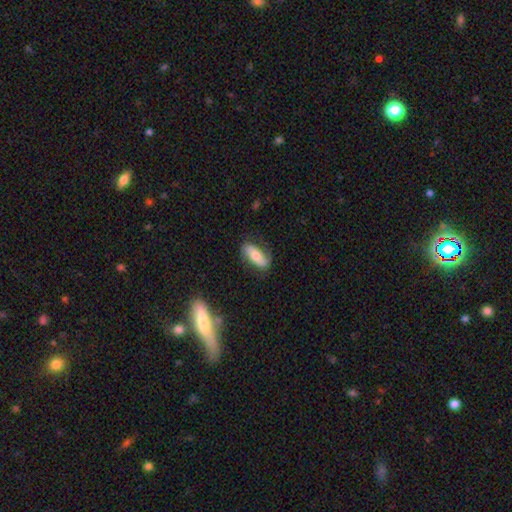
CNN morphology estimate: Q: Smooth or featured?
A: smooth (52%); runner-up: featured or disk (41%)
Q: How rounded?
A: in between (78%); runner-up: cigar-shaped (18%)
Q: Merging?
A: none (74%); runner-up: minor disturbance (19%)